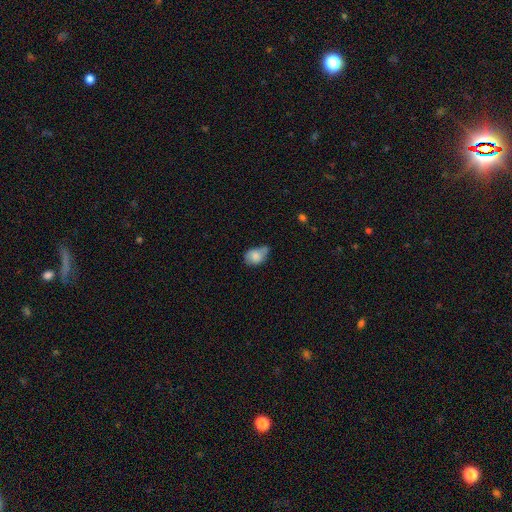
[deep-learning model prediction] The model was most divided on "merging": minor disturbance: 40%, none: 31%, merger: 15%, major disturbance: 14%. More confident: smooth or featured — smooth (75%); how rounded — in between (72%).